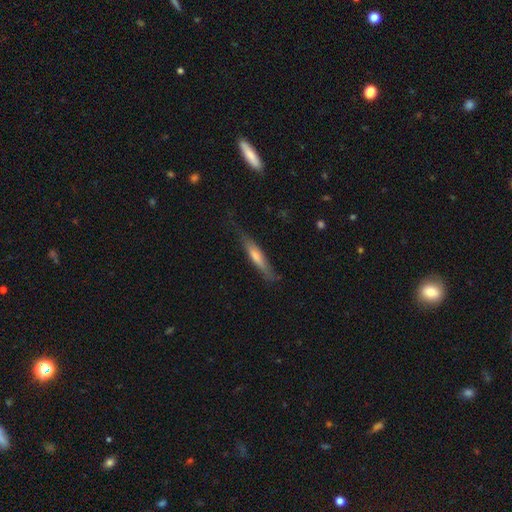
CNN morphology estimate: This appears to be a smooth galaxy with no disk features (48%). Merging: none (70%).